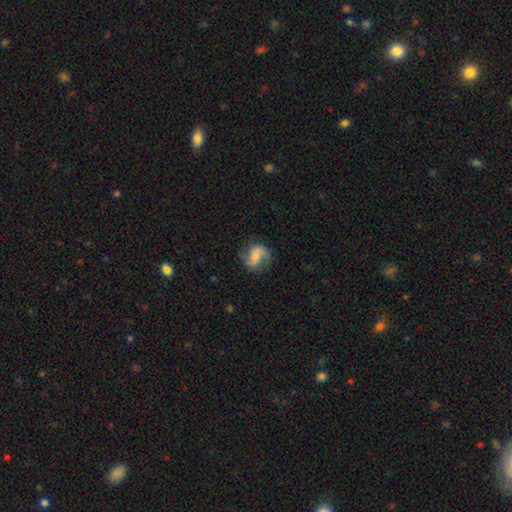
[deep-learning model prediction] This appears to be a featured or disk galaxy (68%) with a weak bar (41%, tied with no), 2 (86%) medium (43%) spiral arms (93%) and a small central bulge (47%). Merging: none (73%).